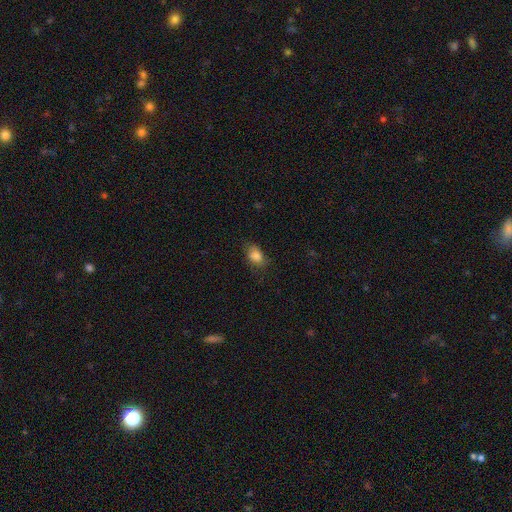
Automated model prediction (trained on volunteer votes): Smooth or featured? smooth (81%)
How rounded? in between (82%)
Merging? none (64%)